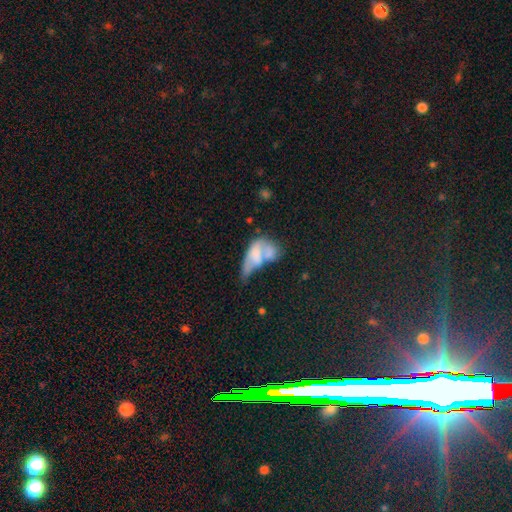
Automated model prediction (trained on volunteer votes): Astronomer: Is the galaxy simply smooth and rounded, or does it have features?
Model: smooth — 59%.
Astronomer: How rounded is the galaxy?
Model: in between — 84%.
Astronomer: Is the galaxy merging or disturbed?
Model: merger — 58%.